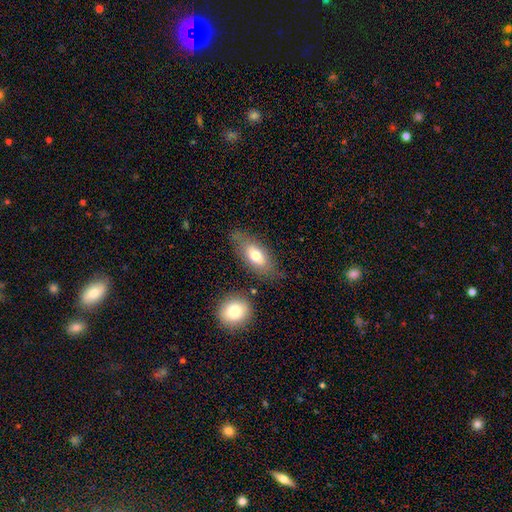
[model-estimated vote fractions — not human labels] Overall: smooth (69%). How rounded: in between (84%). Merging: none (68%).